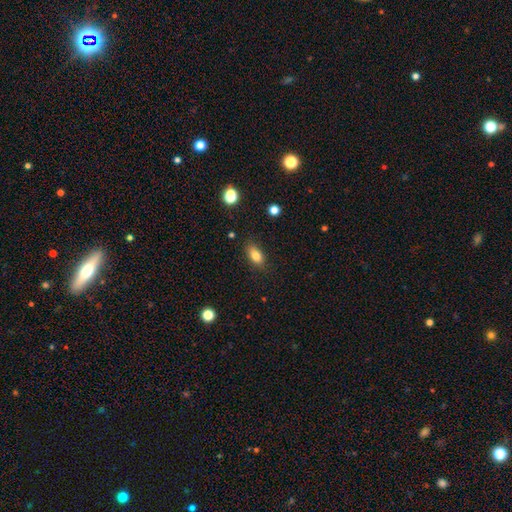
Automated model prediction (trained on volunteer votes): A smooth galaxy with no disk features (82%) that is in between round and cigar-shaped (85%).

Vote fractions:
- Smooth or featured? smooth: 82% / star or artifact: 10% / featured or disk: 9%
- How rounded? in between: 85% / round: 9% / cigar-shaped: 6%
- Merging? none: 80% / minor disturbance: 15% / major disturbance: 3% / merger: 2%